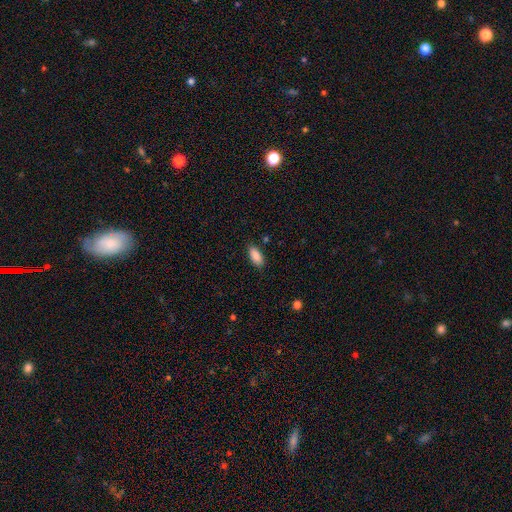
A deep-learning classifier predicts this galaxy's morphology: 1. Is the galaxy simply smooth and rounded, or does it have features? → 89% smooth, 7% star or artifact, 4% featured or disk.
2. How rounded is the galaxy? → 88% in between, 9% cigar-shaped, 2% round.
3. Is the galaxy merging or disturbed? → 86% none, 10% minor disturbance, 2% major disturbance, 1% merger.